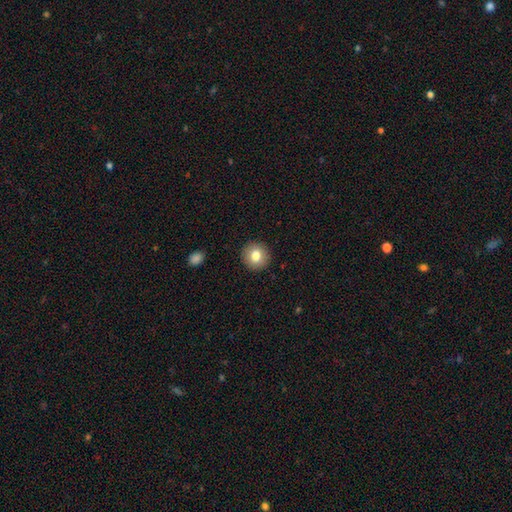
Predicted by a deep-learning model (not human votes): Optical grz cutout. It shows a smooth galaxy with no disk features (79%) that is round (92%). Merging: none (92%).